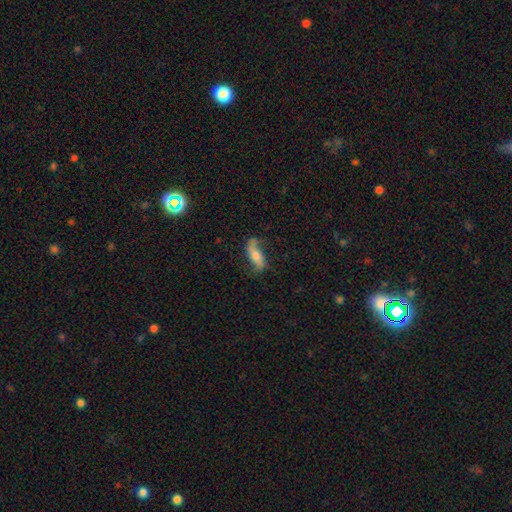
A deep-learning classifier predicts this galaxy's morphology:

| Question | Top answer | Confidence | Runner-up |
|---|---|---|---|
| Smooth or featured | featured or disk | 58% | smooth (35%) |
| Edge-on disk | no | 83% | yes (17%) |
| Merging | none | 65% | minor disturbance (22%) |